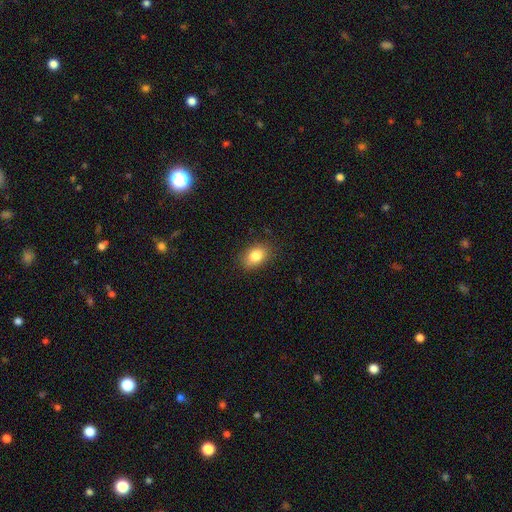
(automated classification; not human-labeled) Smooth or featured? smooth (83%)
How rounded? in between (79%)
Merging? none (84%)